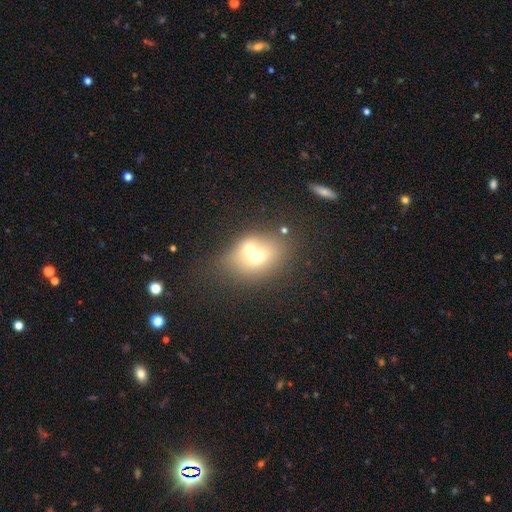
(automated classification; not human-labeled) smooth-or-featured: smooth: 60% | featured or disk: 27% | star or artifact: 12%
  how-rounded: in between: 60% | round: 39% | cigar-shaped: 1%
  merging: merger: 56% | none: 30% | minor disturbance: 9% | major disturbance: 5%